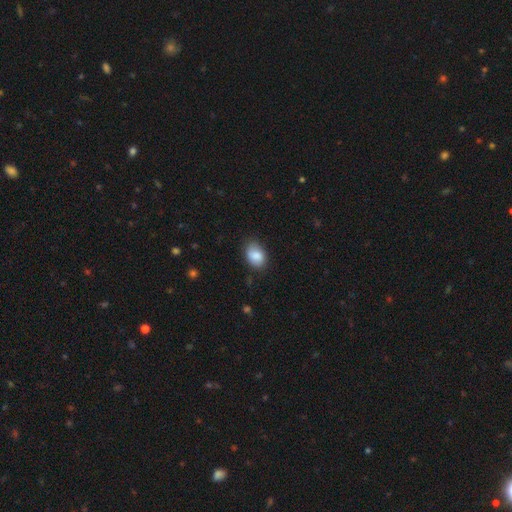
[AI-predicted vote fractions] A smooth galaxy with no disk features (86%) that is in between round and cigar-shaped (78%). Merging: none (73%).